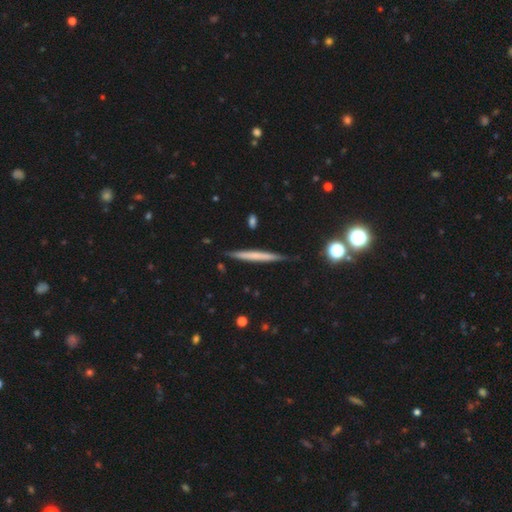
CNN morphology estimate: Smooth or featured? Predicted: smooth (p=0.50). How rounded? Predicted: cigar-shaped (p=0.96). Merging? Predicted: none (p=0.86).